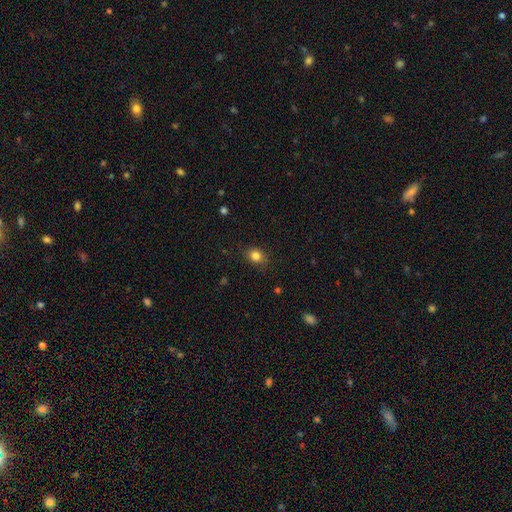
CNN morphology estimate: Overall: smooth (83%). How rounded: round (58%; in between 41%). Merging: none (82%).